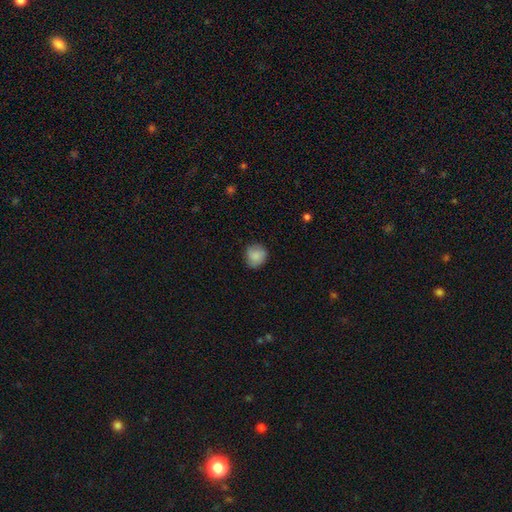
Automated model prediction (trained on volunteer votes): smooth 82%, featured or disk 10%, star or artifact 7%. Down the decision tree: how rounded — round (85%); merging — none (80%).